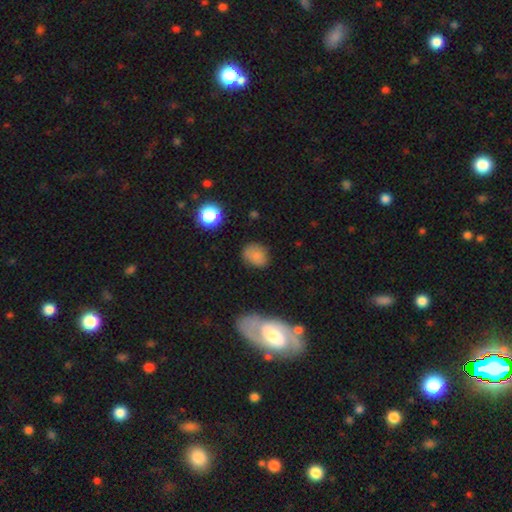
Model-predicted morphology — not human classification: A smooth galaxy with no disk features (79%) that is round (57%).

Vote fractions:
- Smooth or featured? smooth: 79% / star or artifact: 12% / featured or disk: 9%
- How rounded? round: 57% / in between: 42% / cigar-shaped: 1%
- Merging? none: 73% / minor disturbance: 19% / major disturbance: 5% / merger: 3%